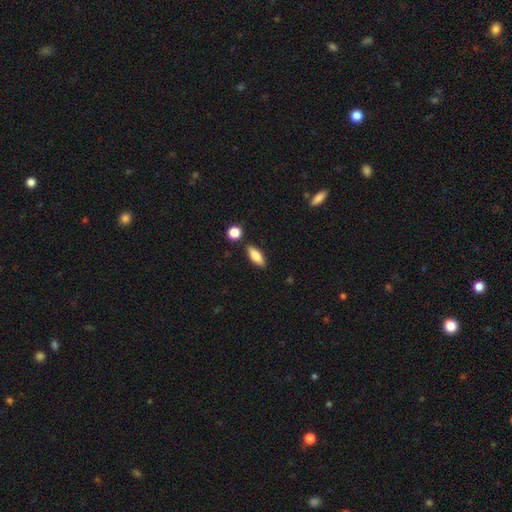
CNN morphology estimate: Smooth or featured?
  - smooth: 75% *
  - featured or disk: 18%
  - star or artifact: 7%
How rounded?
  - in between: 73% *
  - cigar-shaped: 23%
  - round: 3%
Merging?
  - none: 83% *
  - minor disturbance: 10%
  - merger: 4%
  - major disturbance: 2%